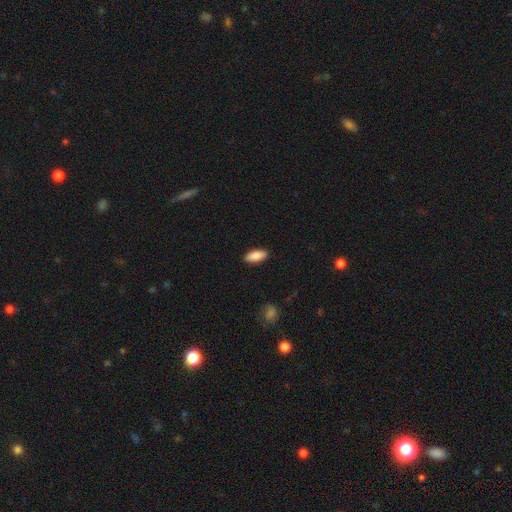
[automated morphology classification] This appears to be a smooth galaxy with no disk features (89%) that is in between round and cigar-shaped (85%). Merging: none (89%).